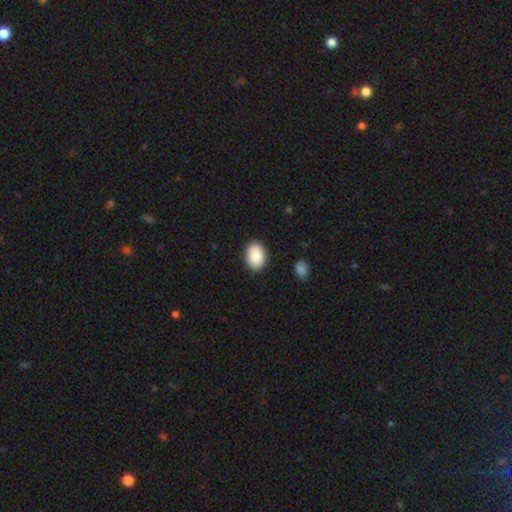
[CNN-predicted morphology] Overall: smooth (88%). How rounded: in between (73%). Merging: none (88%).